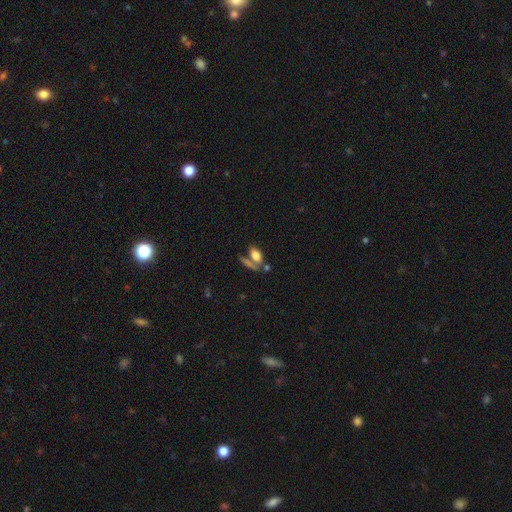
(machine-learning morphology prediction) Smooth or featured? smooth (73%)
How rounded? in between (81%)
Merging? none (51%)